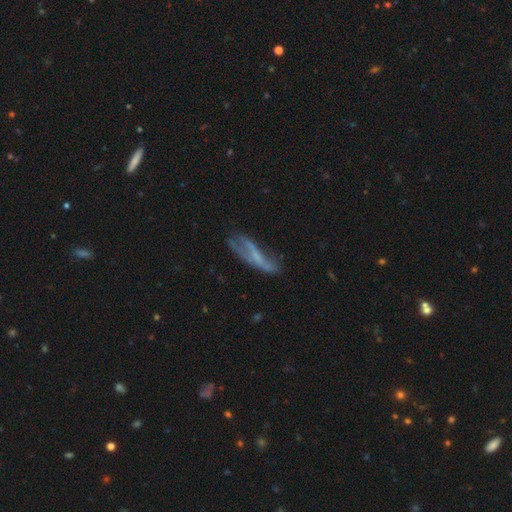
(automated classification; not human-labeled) Smooth or featured?
  - featured or disk: 55% *
  - smooth: 35%
  - star or artifact: 10%
Edge-on disk?
  - no: 69% *
  - yes: 31%
Merging?
  - none: 39% *
  - major disturbance: 28%
  - minor disturbance: 27%
  - merger: 5%